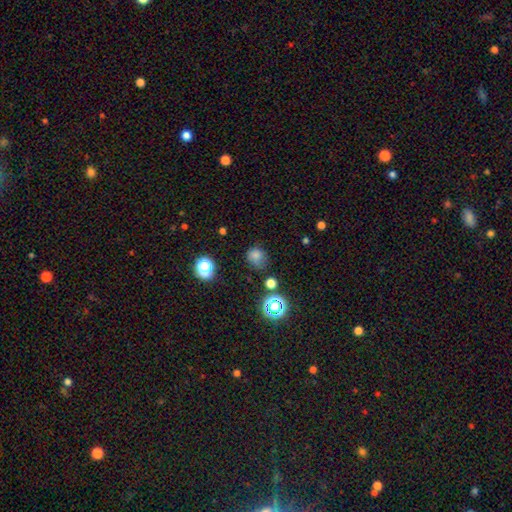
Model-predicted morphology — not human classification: This appears to be a smooth galaxy with no disk features (74%) that is round (72%). Merging: none (58%).